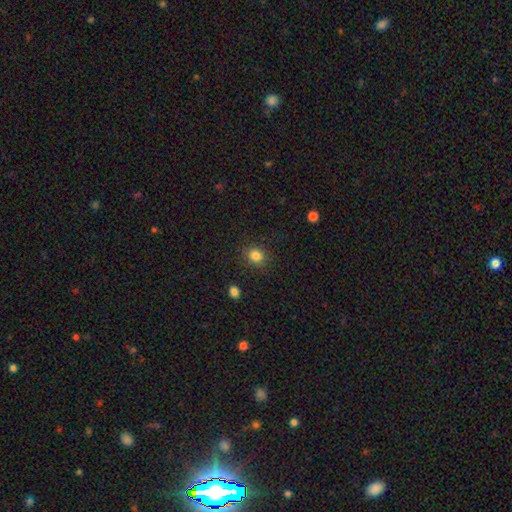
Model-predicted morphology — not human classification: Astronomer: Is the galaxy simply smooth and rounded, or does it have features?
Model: smooth — 83%.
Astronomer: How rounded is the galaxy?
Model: round — 74%.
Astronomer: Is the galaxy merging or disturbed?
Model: none — 87%.